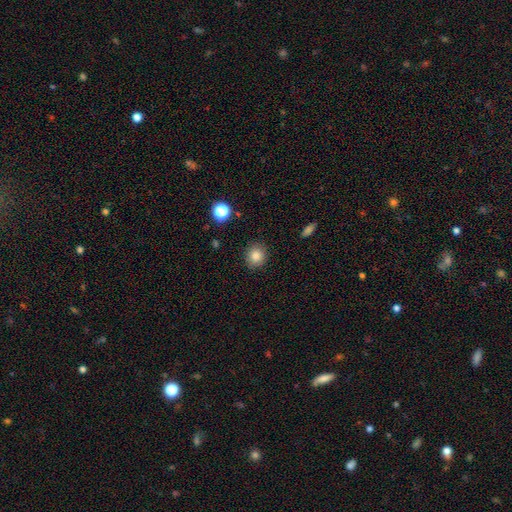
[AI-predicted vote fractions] smooth-or-featured: smooth: 83% | star or artifact: 11% | featured or disk: 6%
  how-rounded: round: 79% | in between: 20% | cigar-shaped: 1%
  merging: none: 88% | minor disturbance: 8% | major disturbance: 2% | merger: 1%